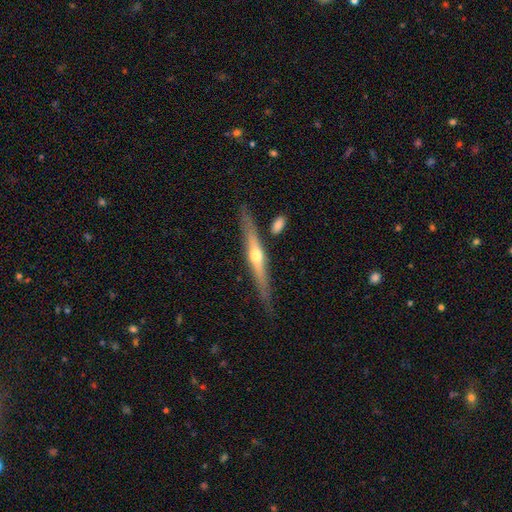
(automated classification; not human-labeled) Smooth or featured?
  - featured or disk: 73% *
  - smooth: 22%
  - star or artifact: 6%
Edge-on disk?
  - yes: 96% *
  - no: 4%
Edge-on bulge?
  - rounded: 90% *
  - none: 7%
  - boxy: 3%
Merging?
  - none: 80% *
  - minor disturbance: 13%
  - merger: 5%
  - major disturbance: 3%